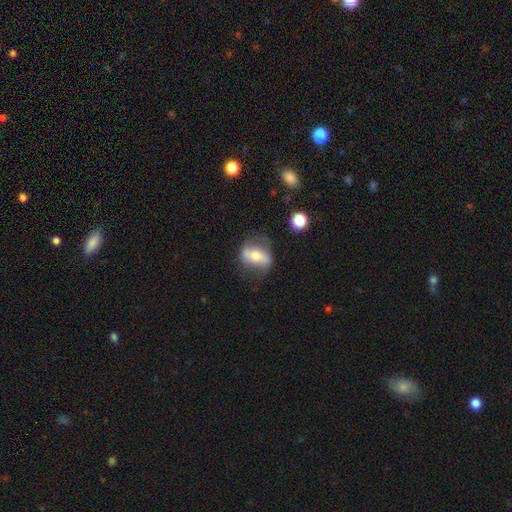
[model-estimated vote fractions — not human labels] This appears to be a featured or disk galaxy (49%). Merging: none (61%).